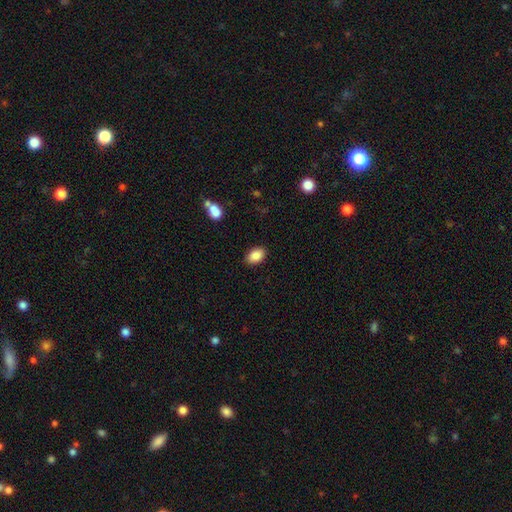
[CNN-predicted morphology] This appears to be a smooth galaxy with no disk features (88%) that is in between round and cigar-shaped (87%). Merging: none (88%).